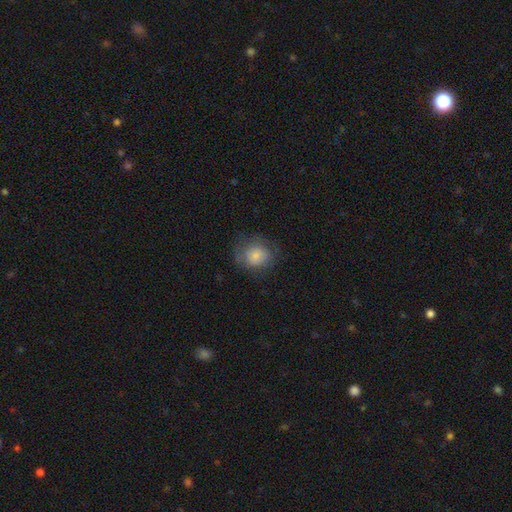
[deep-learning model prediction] Smooth or featured: smooth — 78% (featured or disk — 13%)
How rounded: round — 80% (in between — 19%)
Merging: none — 68% (minor disturbance — 20%)